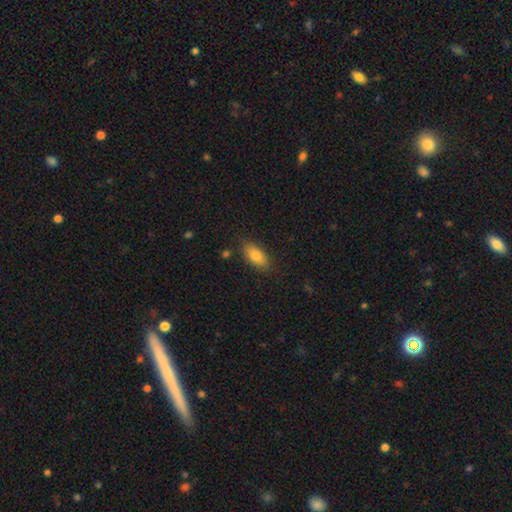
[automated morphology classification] A smooth galaxy with no disk features (81%) that is in between round and cigar-shaped (86%). Merging: none (82%).